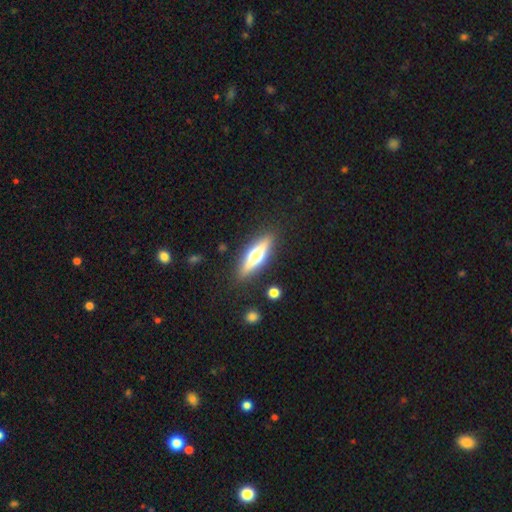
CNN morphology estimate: Overall: featured or disk (62%; smooth 32%). Edge-on disk: yes (94%). Edge-on bulge: rounded (94%). Merging: none (88%).